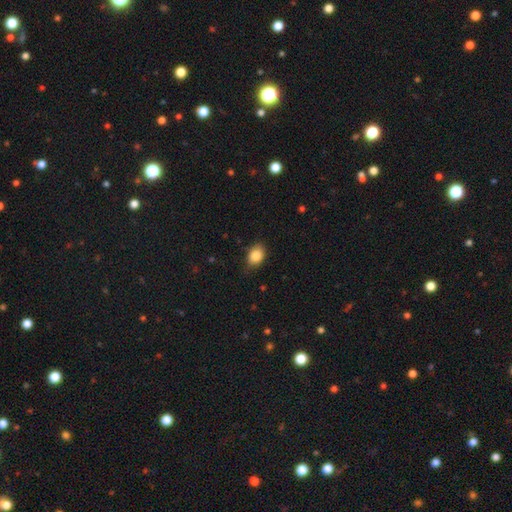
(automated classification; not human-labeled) Q: Smooth or featured?
A: smooth (86%); runner-up: star or artifact (8%)
Q: How rounded?
A: in between (75%); runner-up: round (24%)
Q: Merging?
A: none (75%); runner-up: minor disturbance (20%)